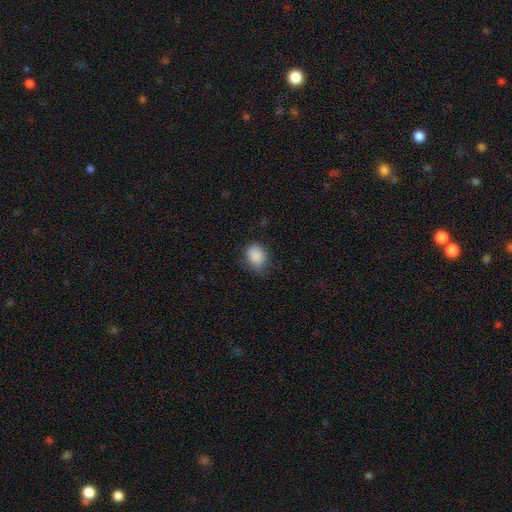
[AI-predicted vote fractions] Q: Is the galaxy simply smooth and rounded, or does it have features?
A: smooth — 88%.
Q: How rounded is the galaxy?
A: in between — 65%.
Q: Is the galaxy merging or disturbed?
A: none — 72%.